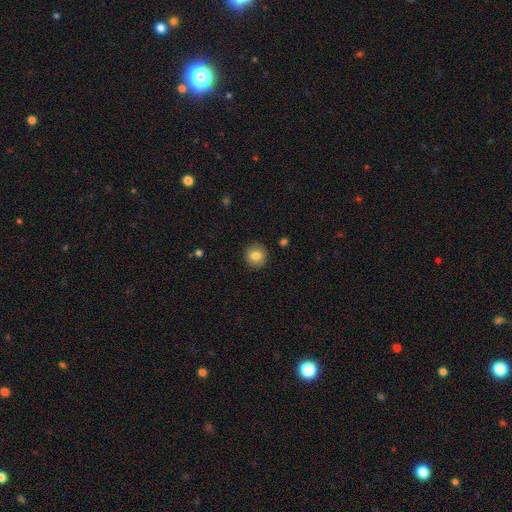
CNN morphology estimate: Smooth or featured?
  - smooth: 83% *
  - star or artifact: 9%
  - featured or disk: 8%
How rounded?
  - round: 91% *
  - in between: 8%
  - cigar-shaped: 1%
Merging?
  - none: 91% *
  - minor disturbance: 6%
  - major disturbance: 2%
  - merger: 1%